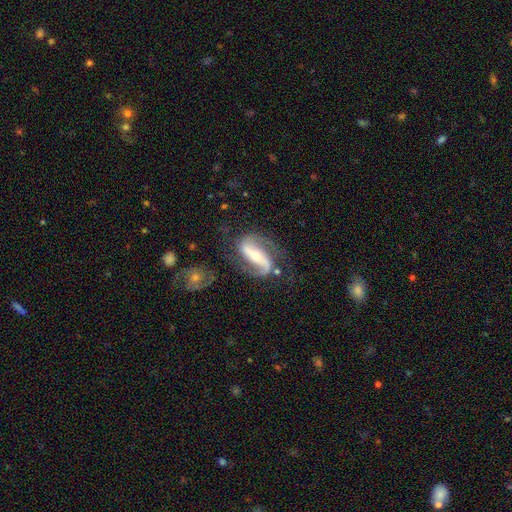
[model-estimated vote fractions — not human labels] A featured or disk galaxy (90%) with a strong bar (67%), 2 (91%) medium (47%) spiral arms (97%) and a small central bulge (50%).

Vote fractions:
- Smooth or featured? featured or disk: 90% / smooth: 6% / star or artifact: 5%
- Edge-on disk? no: 95% / yes: 5%
- Bar? strong: 67% / weak: 19% / no: 13%
- Spiral arms? yes: 97% / no: 3%
- Spiral winding? medium: 47% / loose: 35% / tight: 18%
- Spiral arm count? 2: 91% / 1: 3% / can't tell: 2% / 3: 1% / 4: 1% / more than 4: 1%
- Bulge size? small: 50% / moderate: 43% / large: 4% / none: 2% / dominant: 1%
- Merging? none: 72% / minor disturbance: 15% / major disturbance: 10% / merger: 3%